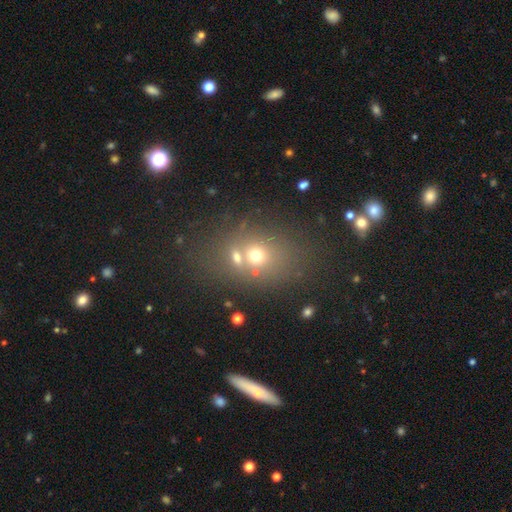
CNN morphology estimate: smooth 61%, star or artifact 21%, featured or disk 18%. Down the decision tree: how rounded — round (61%); merging — none (46%).